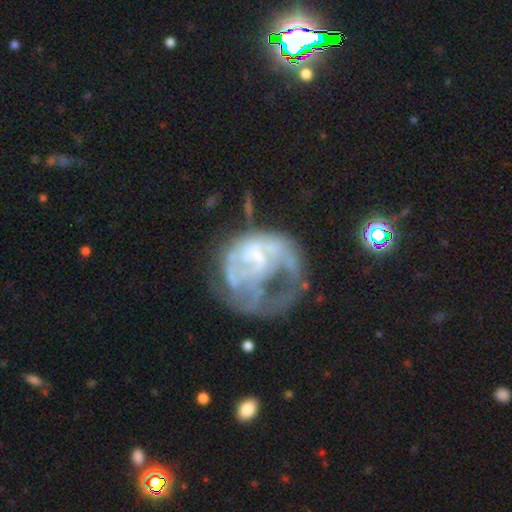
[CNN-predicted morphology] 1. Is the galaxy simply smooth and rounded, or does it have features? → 71% featured or disk, 18% smooth, 10% star or artifact.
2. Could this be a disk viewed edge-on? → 98% no, 2% yes.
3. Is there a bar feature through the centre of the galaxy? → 73% no, 22% weak, 6% strong.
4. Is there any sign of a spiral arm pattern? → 53% no, 47% yes.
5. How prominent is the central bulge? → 57% none, 20% small, 16% moderate, 5% large, 2% dominant.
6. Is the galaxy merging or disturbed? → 52% major disturbance, 24% none, 16% minor disturbance, 8% merger.